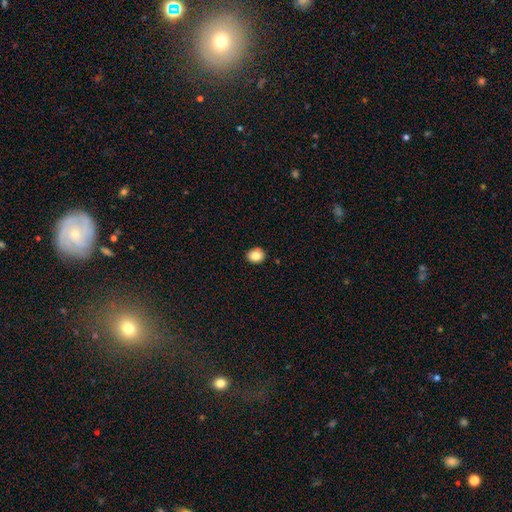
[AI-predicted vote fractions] A smooth galaxy with no disk features (84%) that is round (62%).

Vote fractions:
- Smooth or featured? smooth: 84% / star or artifact: 9% / featured or disk: 7%
- How rounded? round: 62% / in between: 37% / cigar-shaped: 1%
- Merging? none: 89% / minor disturbance: 8% / major disturbance: 2% / merger: 1%